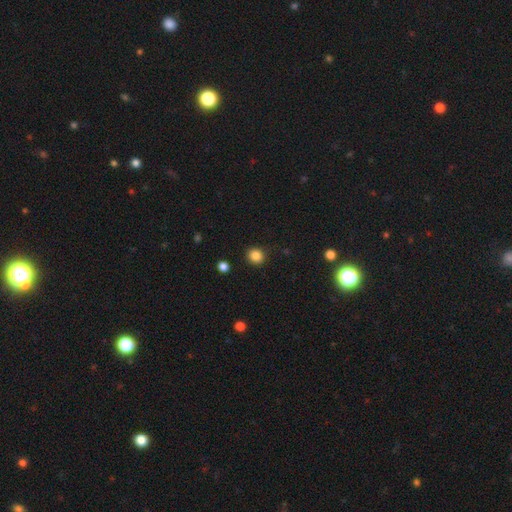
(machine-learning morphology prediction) A smooth galaxy with no disk features (85%) that is round (87%).

Vote fractions:
- Smooth or featured? smooth: 85% / star or artifact: 11% / featured or disk: 4%
- How rounded? round: 87% / in between: 12% / cigar-shaped: 1%
- Merging? none: 90% / minor disturbance: 6% / major disturbance: 2% / merger: 1%